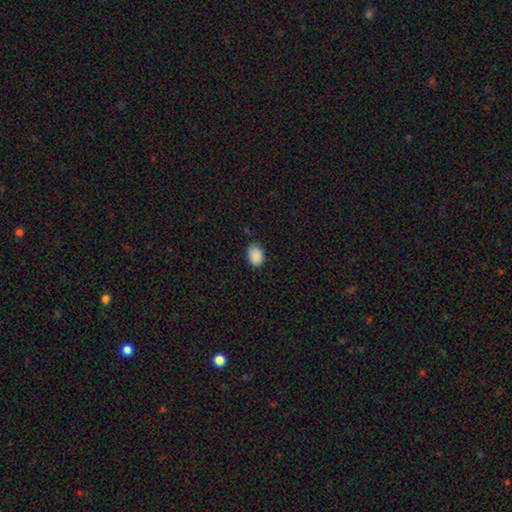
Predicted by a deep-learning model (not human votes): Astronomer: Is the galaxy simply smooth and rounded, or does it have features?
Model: smooth — 89%.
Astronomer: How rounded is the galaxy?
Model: in between — 82%.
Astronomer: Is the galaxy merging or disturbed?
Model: none — 78%.